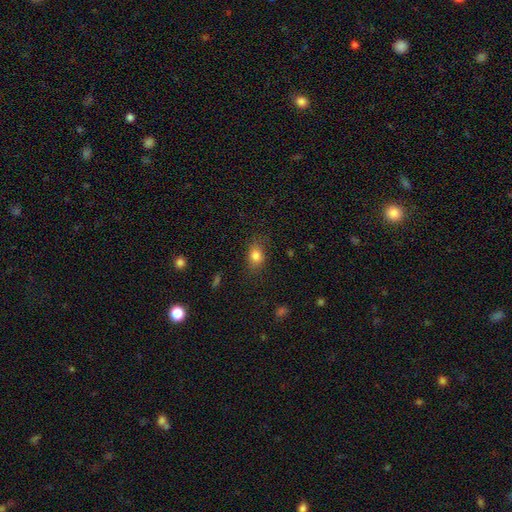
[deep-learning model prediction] Smooth or featured?
  - smooth: 81% *
  - star or artifact: 11%
  - featured or disk: 8%
How rounded?
  - in between: 60% *
  - round: 38%
  - cigar-shaped: 2%
Merging?
  - none: 78% *
  - minor disturbance: 16%
  - major disturbance: 5%
  - merger: 1%